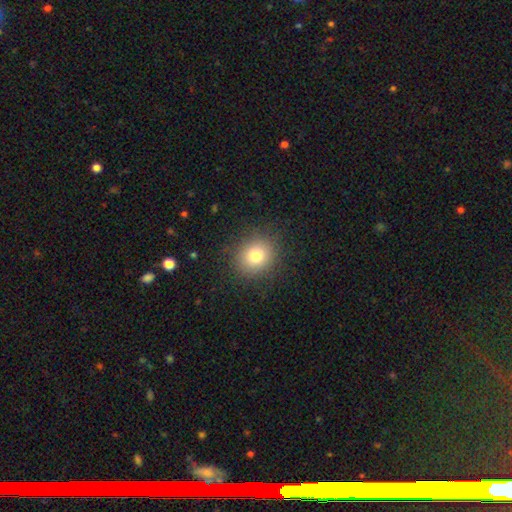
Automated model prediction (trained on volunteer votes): Overall: smooth (80%). How rounded: round (81%). Merging: none (88%).